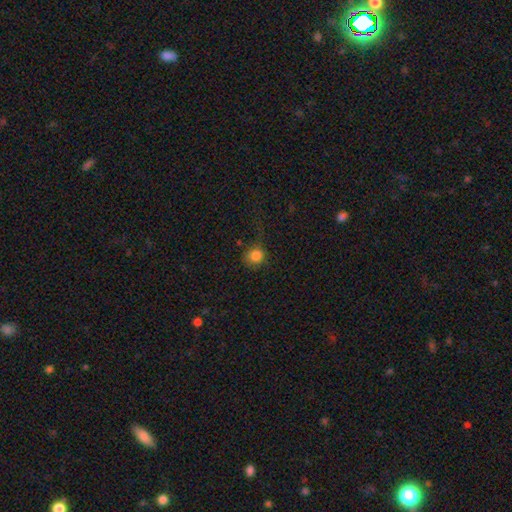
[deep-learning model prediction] Smooth or featured?
  - smooth: 83% *
  - star or artifact: 12%
  - featured or disk: 5%
How rounded?
  - round: 85% *
  - in between: 14%
  - cigar-shaped: 1%
Merging?
  - none: 62% *
  - minor disturbance: 23%
  - major disturbance: 12%
  - merger: 3%